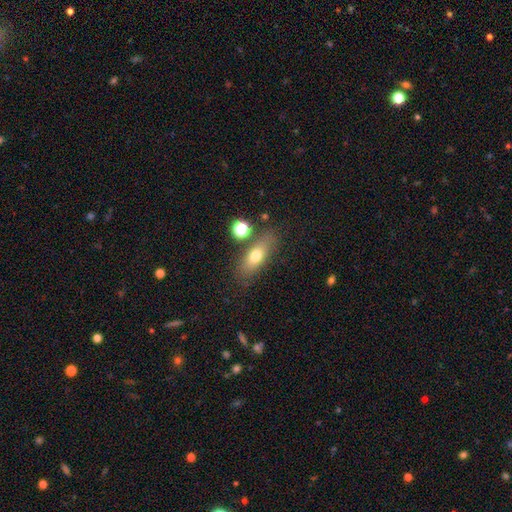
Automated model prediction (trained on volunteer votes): Smooth or featured: smooth — 68% (featured or disk — 22%)
How rounded: in between — 65% (cigar-shaped — 27%)
Merging: none — 73% (minor disturbance — 14%)